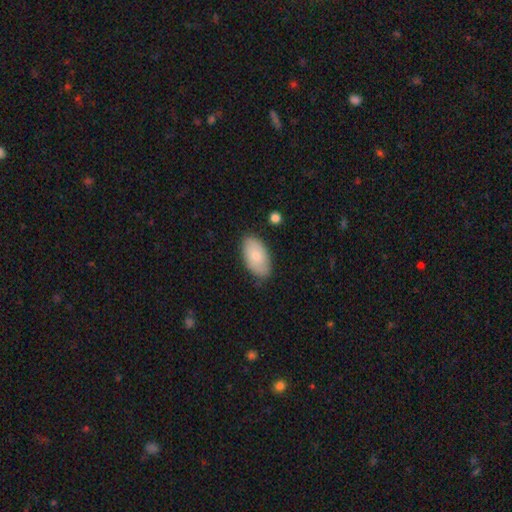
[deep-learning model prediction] This is likely a smooth galaxy (78%). How rounded: clearly in between (95%). Merging: clearly none (82%).